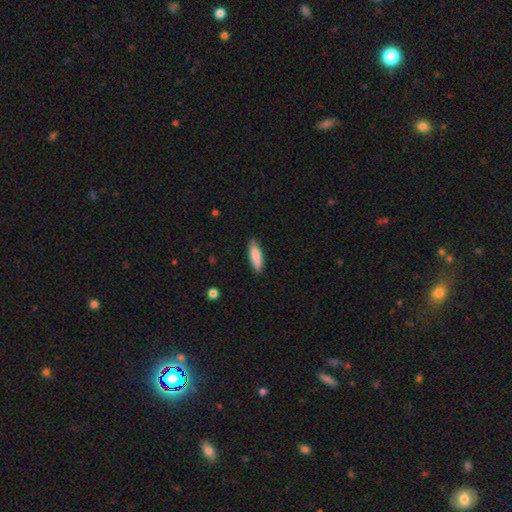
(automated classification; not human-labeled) smooth_or_featured: smooth (p=0.86) [alt: featured or disk p=0.08]
how_rounded: cigar-shaped (p=0.53) [alt: in between p=0.45]
merging: none (p=0.84) [alt: minor disturbance p=0.13]